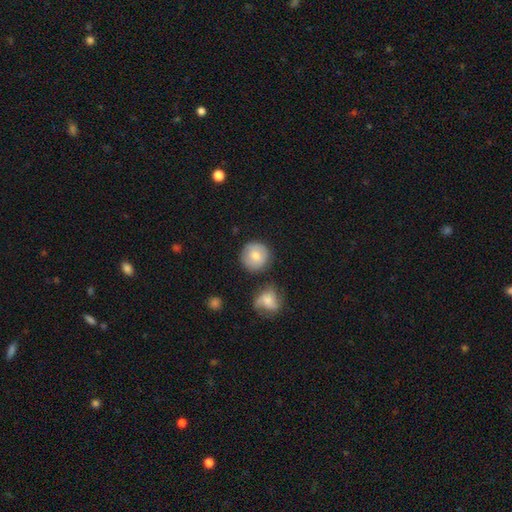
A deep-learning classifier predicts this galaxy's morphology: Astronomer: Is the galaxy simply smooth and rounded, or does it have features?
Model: smooth — 73%.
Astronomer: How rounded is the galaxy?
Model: round — 94%.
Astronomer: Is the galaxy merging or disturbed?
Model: none — 77%.